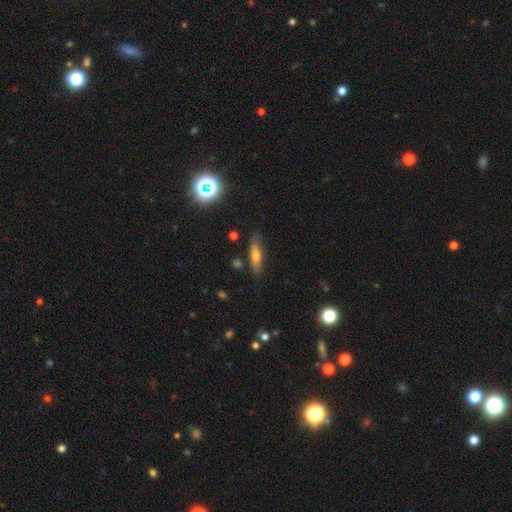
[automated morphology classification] smooth-or-featured: smooth: 60% | featured or disk: 31% | star or artifact: 10%
  how-rounded: cigar-shaped: 61% | in between: 36% | round: 3%
  merging: none: 77% | minor disturbance: 16% | major disturbance: 4% | merger: 3%